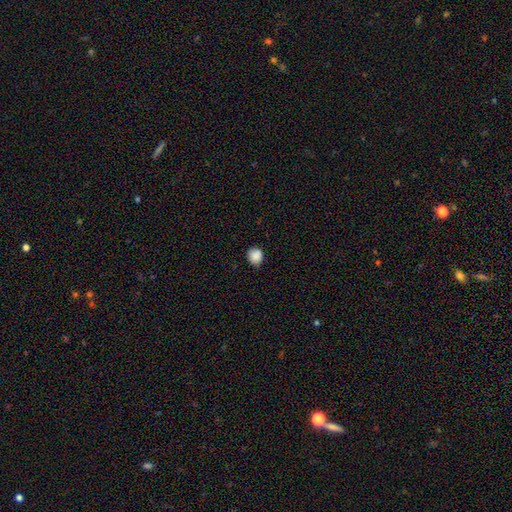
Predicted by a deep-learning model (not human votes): A smooth galaxy with no disk features (87%) that is round (77%). Merging: none (80%).